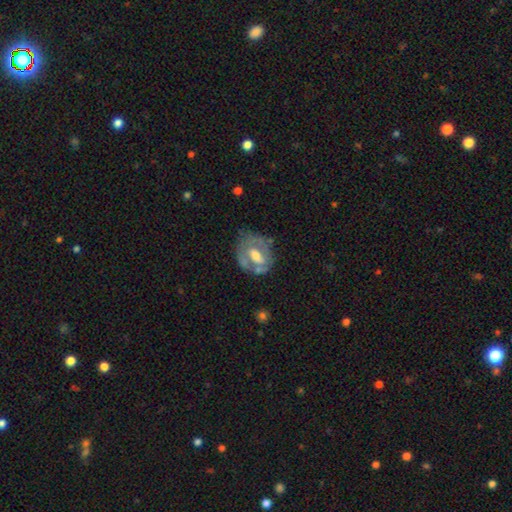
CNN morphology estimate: This is likely a featured or disk galaxy (63%). It is clearly not viewed edge-on (95%). Bar: marginally no (42%). Spiral arm pattern: likely no (61%). Central bulge: likely moderate (62%). Merging: possibly none (56%).